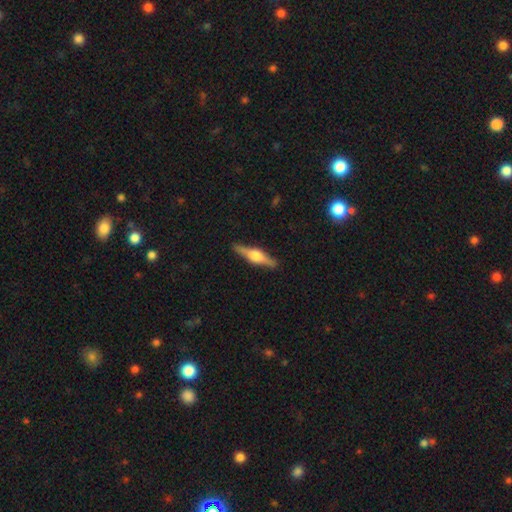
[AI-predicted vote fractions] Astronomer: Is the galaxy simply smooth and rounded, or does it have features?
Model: featured or disk — 73%.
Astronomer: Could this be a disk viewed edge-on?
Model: yes — 97%.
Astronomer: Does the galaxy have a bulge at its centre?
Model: rounded — 91%.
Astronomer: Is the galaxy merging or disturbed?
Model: none — 90%.